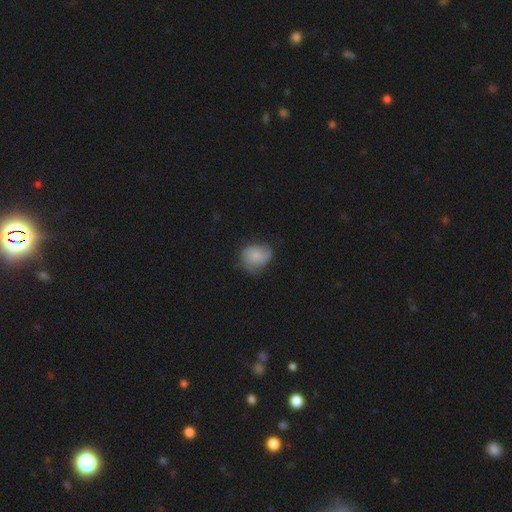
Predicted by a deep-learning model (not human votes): The model was most divided on "how rounded": round: 59%, in between: 40%, cigar-shaped: 1%. More confident: smooth or featured — smooth (64%); merging — none (53%).